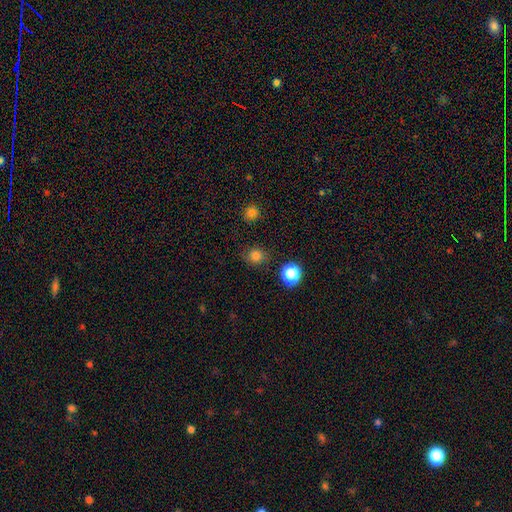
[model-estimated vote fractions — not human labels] Overall: smooth (79%). How rounded: round (85%). Merging: none (84%).